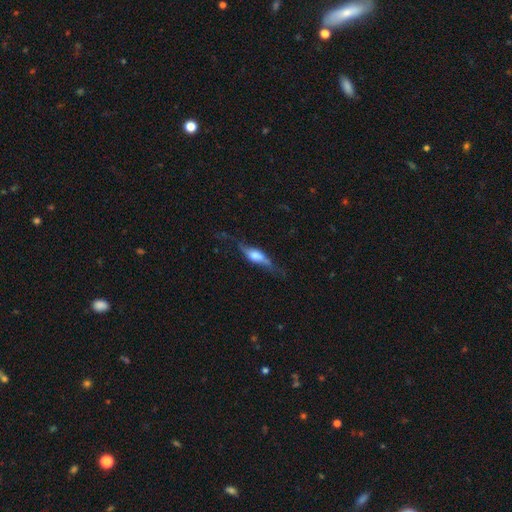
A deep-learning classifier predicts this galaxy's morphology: type=featured or disk (56%); edge-on=yes (73%); merging=none (54%).